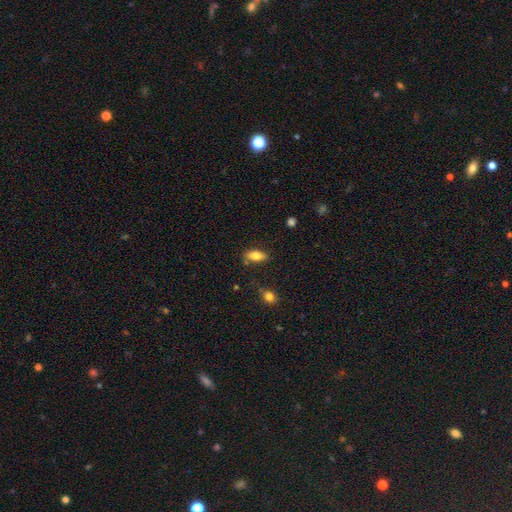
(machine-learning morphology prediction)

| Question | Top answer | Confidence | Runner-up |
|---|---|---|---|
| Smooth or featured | smooth | 77% | featured or disk (15%) |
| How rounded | in between | 82% | cigar-shaped (14%) |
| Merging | none | 76% | minor disturbance (17%) |